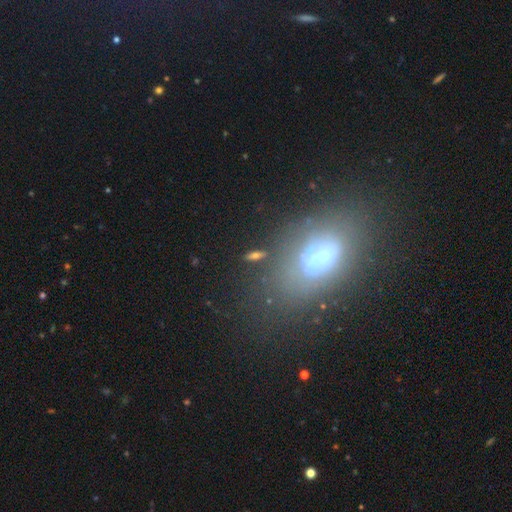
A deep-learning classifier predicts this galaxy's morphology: smooth-or-featured: smooth: 51% | featured or disk: 31% | star or artifact: 18%
  how-rounded: in between: 85% | round: 9% | cigar-shaped: 5%
  merging: none: 68% | minor disturbance: 18% | major disturbance: 10% | merger: 4%